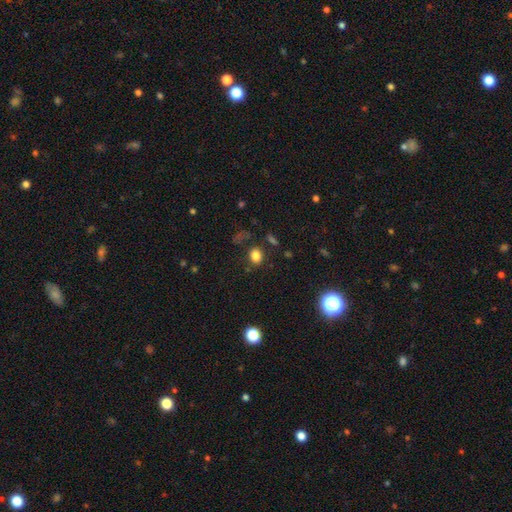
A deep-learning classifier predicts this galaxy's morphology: Smooth or featured? smooth (81%)
How rounded? in between (55%)
Merging? none (80%)